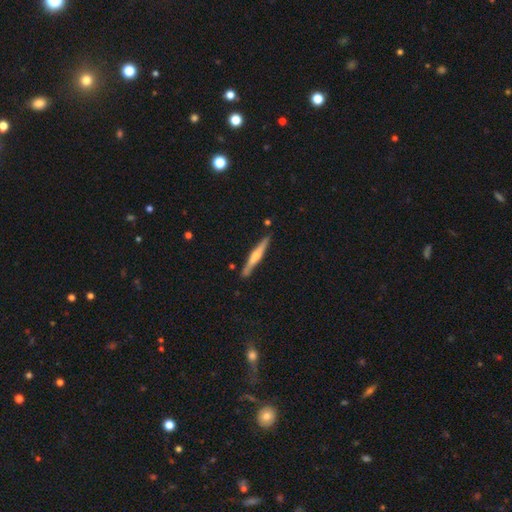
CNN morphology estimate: featured or disk 61%, smooth 34%, star or artifact 5%. Down the decision tree: edge-on disk — yes (97%); edge-on bulge — rounded (77%); merging — none (87%).